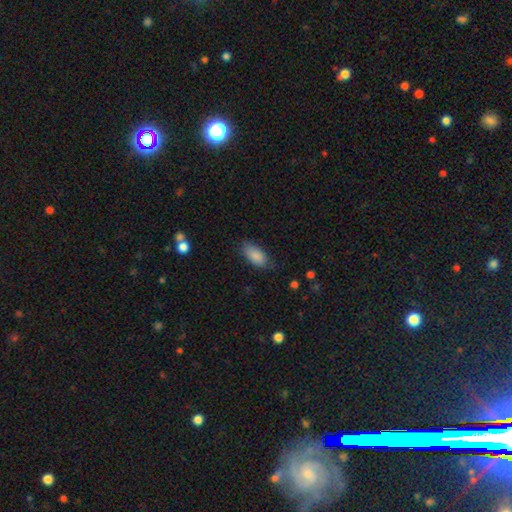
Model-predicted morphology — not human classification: smooth 87%, star or artifact 7%, featured or disk 6%. Down the decision tree: how rounded — in between (90%); merging — none (75%).